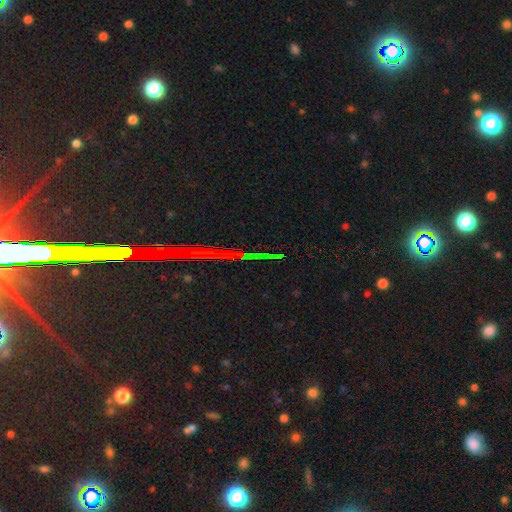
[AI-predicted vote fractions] The model was most divided on "smooth or featured": star or artifact: 77%, featured or disk: 12%, smooth: 11%.